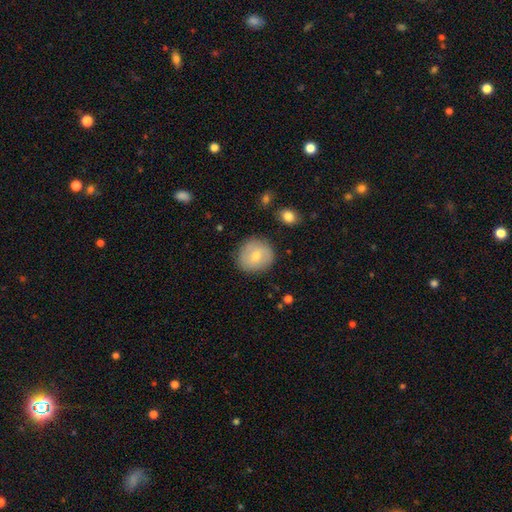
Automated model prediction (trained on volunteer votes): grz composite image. It shows a smooth galaxy with no disk features (73%) that is round (88%). Merging: none (85%).